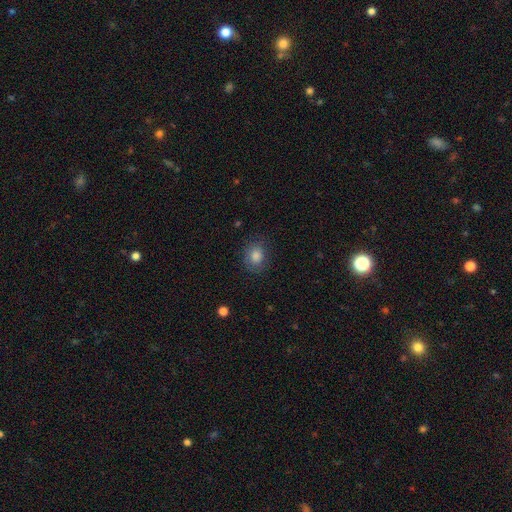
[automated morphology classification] Smooth or featured: smooth — 80% (star or artifact — 11%)
How rounded: round — 57% (in between — 42%)
Merging: none — 80% (minor disturbance — 14%)